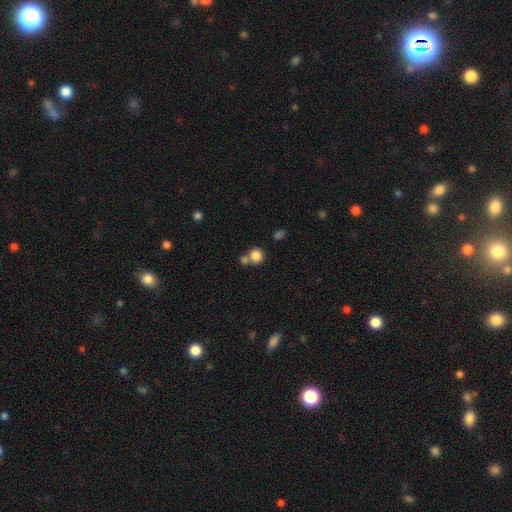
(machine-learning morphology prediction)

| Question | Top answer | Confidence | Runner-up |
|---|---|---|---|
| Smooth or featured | smooth | 83% | star or artifact (10%) |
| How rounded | round | 86% | in between (13%) |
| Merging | none | 53% | merger (35%) |